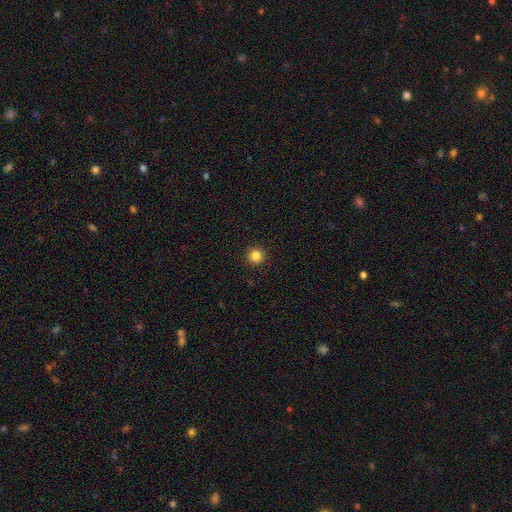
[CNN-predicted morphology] A smooth galaxy with no disk features (84%) that is round (95%). Merging: none (92%).